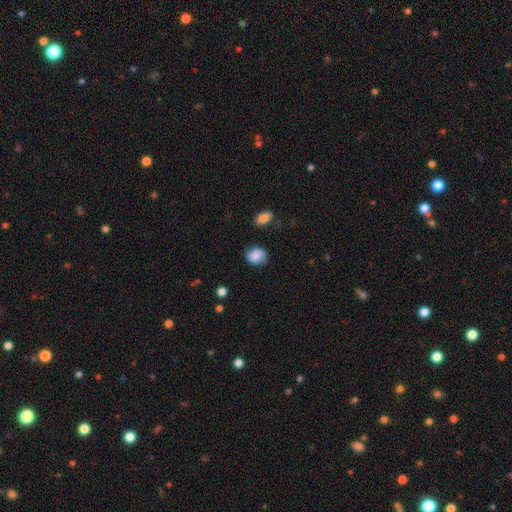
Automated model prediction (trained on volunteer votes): Smooth or featured? Predicted: smooth (p=0.82). How rounded? Predicted: round (p=0.67). Merging? Predicted: none (p=0.72).